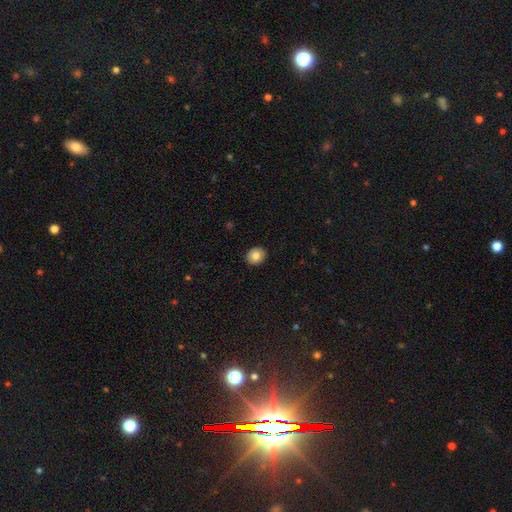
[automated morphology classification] Smooth or featured? smooth (81%)
How rounded? round (62%)
Merging? none (91%)